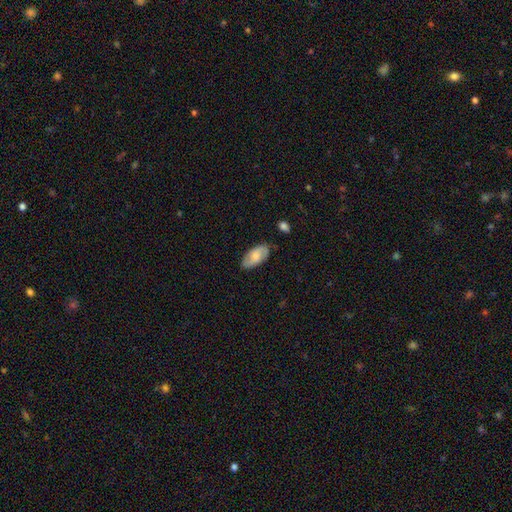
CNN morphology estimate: A smooth galaxy with no disk features (62%) that is in between round and cigar-shaped (94%).

Vote fractions:
- Smooth or featured? smooth: 62% / featured or disk: 31% / star or artifact: 7%
- How rounded? in between: 94% / cigar-shaped: 4% / round: 3%
- Merging? none: 80% / minor disturbance: 15% / major disturbance: 3% / merger: 2%